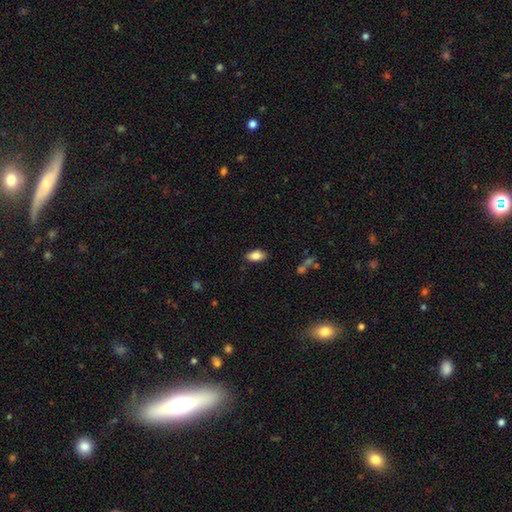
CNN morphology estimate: Smooth or featured: smooth — 84% (featured or disk — 9%)
How rounded: in between — 90% (cigar-shaped — 6%)
Merging: none — 85% (minor disturbance — 11%)